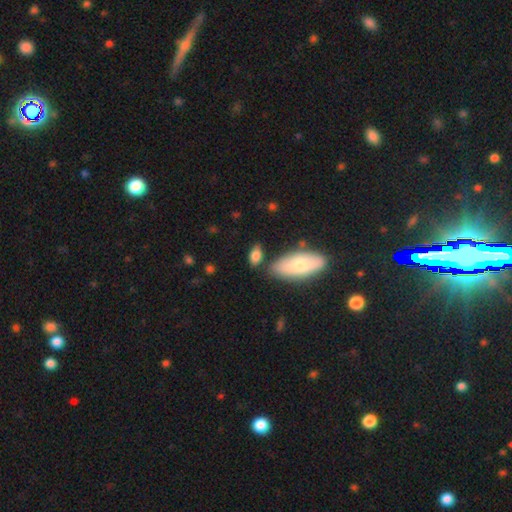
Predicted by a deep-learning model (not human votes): A smooth galaxy with no disk features (82%) that is in between round and cigar-shaped (86%). Merging: none (67%).